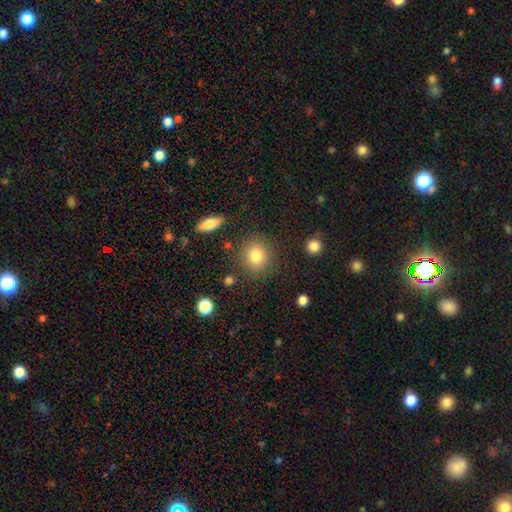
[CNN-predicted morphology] This appears to be a smooth galaxy with no disk features (81%) that is round (82%). Merging: none (84%).